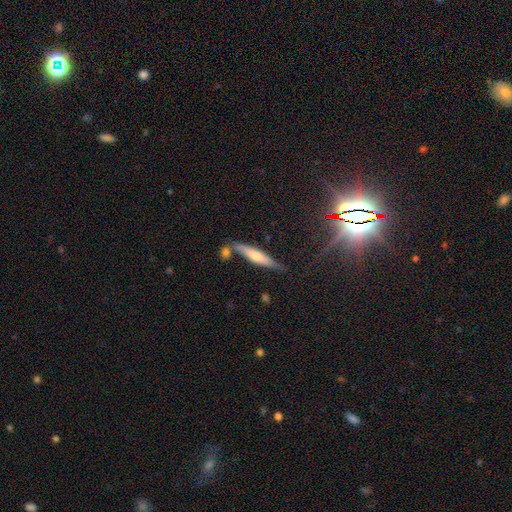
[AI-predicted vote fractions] This is possibly a featured or disk galaxy (46%). Merging: likely none (69%).